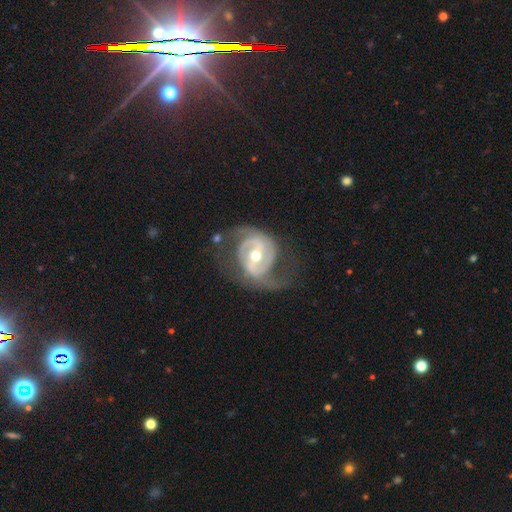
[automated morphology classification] Q: Smooth or featured?
A: featured or disk (89%); runner-up: smooth (6%)
Q: Edge-on disk?
A: no (97%); runner-up: yes (3%)
Q: Bar?
A: weak (40%); runner-up: strong (39%)
Q: Spiral arms?
A: yes (95%); runner-up: no (5%)
Q: Spiral winding?
A: medium (49%); runner-up: tight (30%)
Q: Spiral arm count?
A: 2 (82%); runner-up: can't tell (6%)
Q: Bulge size?
A: moderate (68%); runner-up: small (26%)
Q: Merging?
A: none (61%); runner-up: minor disturbance (19%)